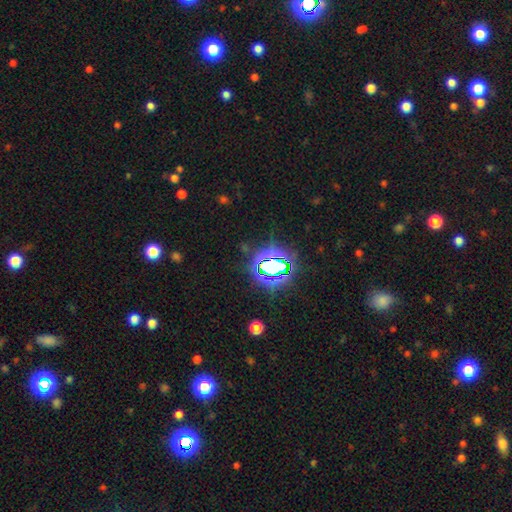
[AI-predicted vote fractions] Morphology: type=star or artifact (81%).